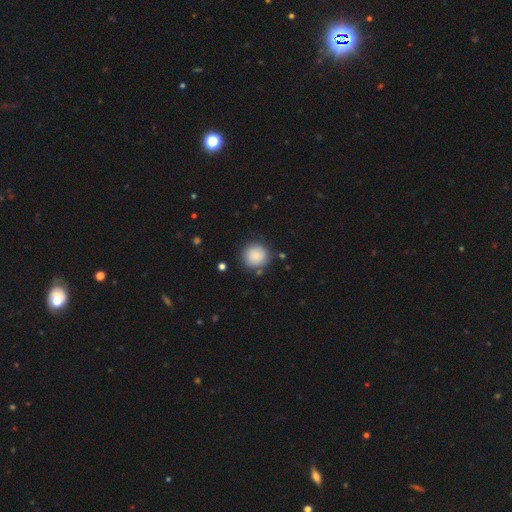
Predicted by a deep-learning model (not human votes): smooth_or_featured: smooth (p=0.87) [alt: star or artifact p=0.08]
how_rounded: round (p=0.92) [alt: in between p=0.07]
merging: none (p=0.83) [alt: minor disturbance p=0.11]